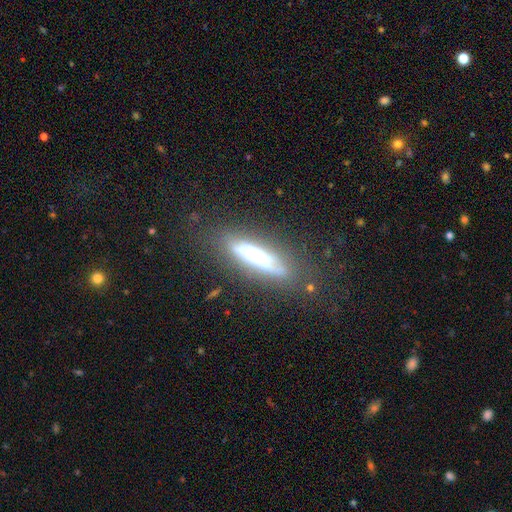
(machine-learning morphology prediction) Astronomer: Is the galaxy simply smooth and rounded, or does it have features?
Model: featured or disk — 68%.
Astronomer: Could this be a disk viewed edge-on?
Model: yes — 53% (runner-up: no, 47%).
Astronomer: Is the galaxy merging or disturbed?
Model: none — 67%.